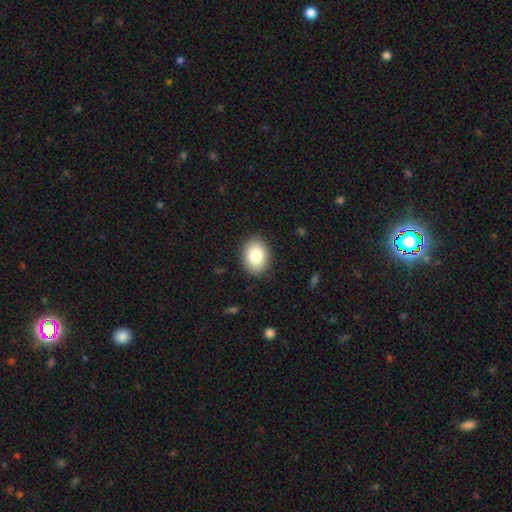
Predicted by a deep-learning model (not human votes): A smooth galaxy with no disk features (81%) that is in between round and cigar-shaped (64%).

Vote fractions:
- Smooth or featured? smooth: 81% / featured or disk: 10% / star or artifact: 8%
- How rounded? in between: 64% / round: 35% / cigar-shaped: 1%
- Merging? none: 88% / minor disturbance: 9% / major disturbance: 2% / merger: 1%